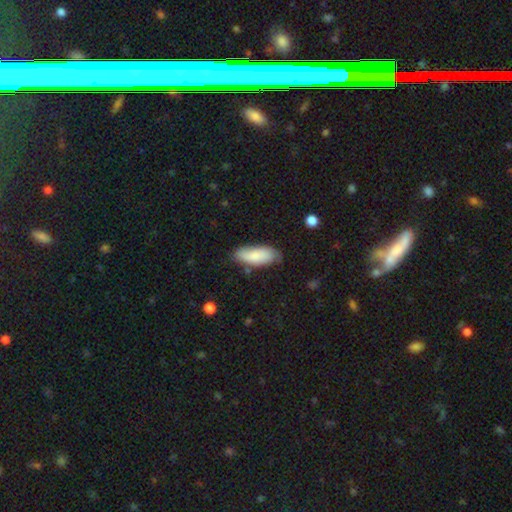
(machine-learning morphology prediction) A smooth galaxy with no disk features (81%) that is in between round and cigar-shaped (76%).

Vote fractions:
- Smooth or featured? smooth: 81% / featured or disk: 13% / star or artifact: 6%
- How rounded? in between: 76% / cigar-shaped: 22% / round: 2%
- Merging? none: 71% / minor disturbance: 22% / major disturbance: 4% / merger: 3%